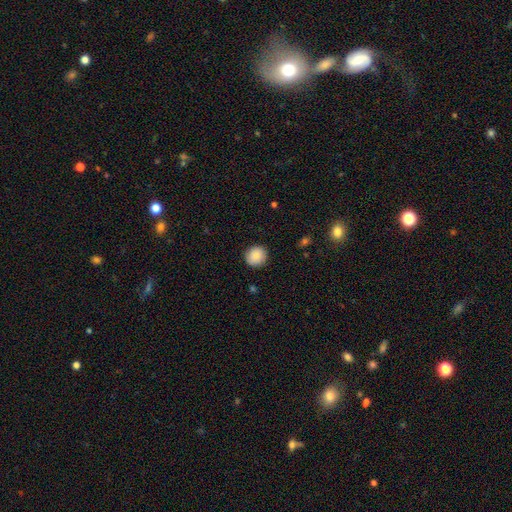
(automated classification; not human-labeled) smooth 87%, star or artifact 8%, featured or disk 5%. Down the decision tree: how rounded — round (89%); merging — none (89%).